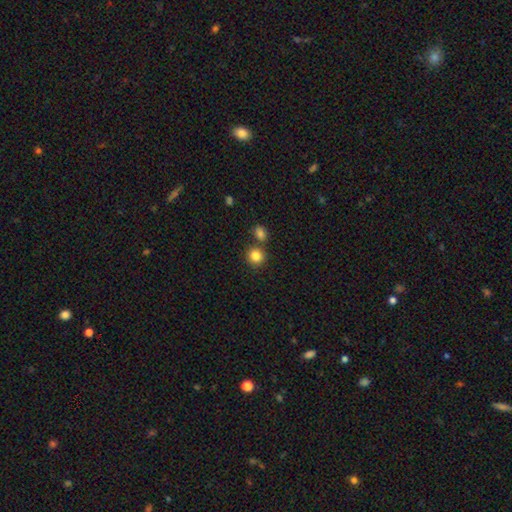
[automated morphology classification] Smooth or featured? Predicted: smooth (p=0.85). How rounded? Predicted: round (p=0.88). Merging? Predicted: none (p=0.71).